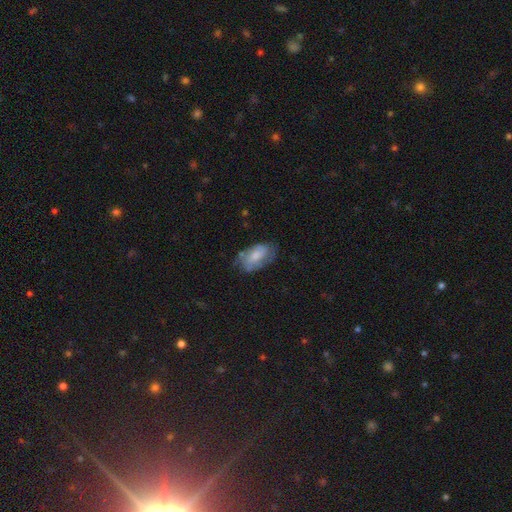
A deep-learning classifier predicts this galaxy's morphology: smooth 50%, featured or disk 43%, star or artifact 7%. Down the decision tree: merging — none (56%).